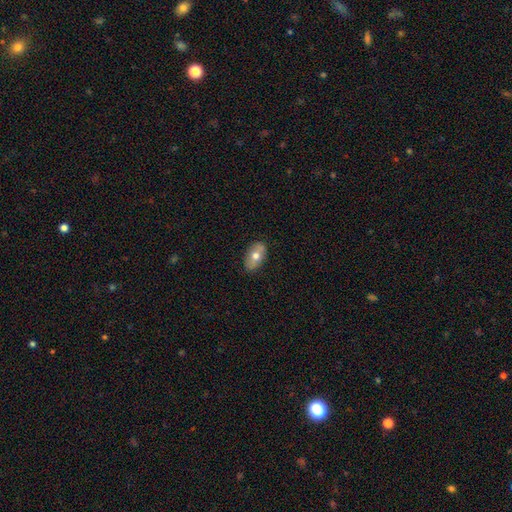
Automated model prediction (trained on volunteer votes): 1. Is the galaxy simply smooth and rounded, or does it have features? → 63% smooth, 30% featured or disk, 7% star or artifact.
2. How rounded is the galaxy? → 90% in between, 7% round, 2% cigar-shaped.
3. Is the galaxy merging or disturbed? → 84% none, 12% minor disturbance, 2% major disturbance, 1% merger.